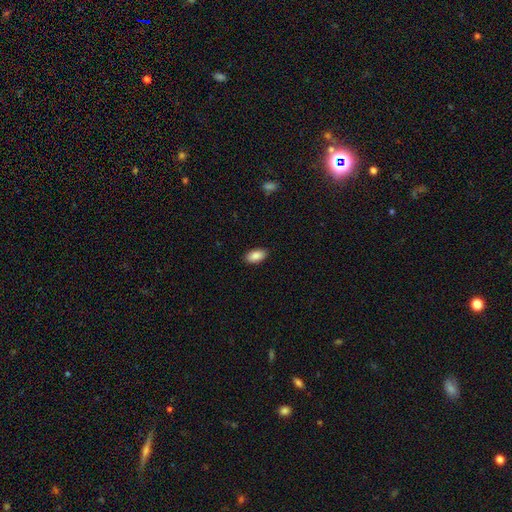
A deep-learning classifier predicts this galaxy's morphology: Smooth or featured? Predicted: smooth (p=0.89). How rounded? Predicted: in between (p=0.93). Merging? Predicted: none (p=0.89).